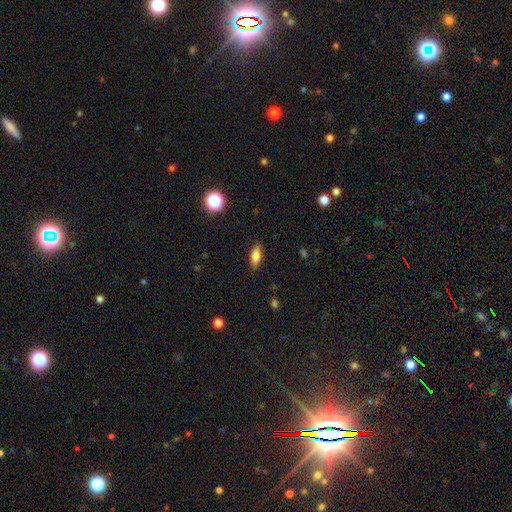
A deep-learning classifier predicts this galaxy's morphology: smooth-or-featured: smooth: 75% | featured or disk: 16% | star or artifact: 9%
  how-rounded: in between: 70% | cigar-shaped: 26% | round: 4%
  merging: none: 86% | minor disturbance: 10% | major disturbance: 2% | merger: 1%